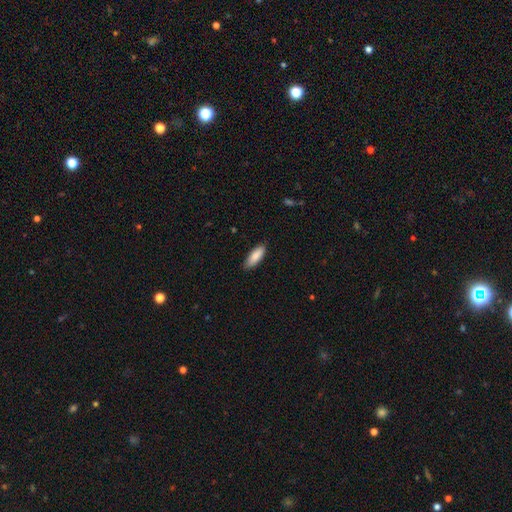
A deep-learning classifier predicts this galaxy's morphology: type=smooth (88%); roundness=in between (67%); merging=none (86%).